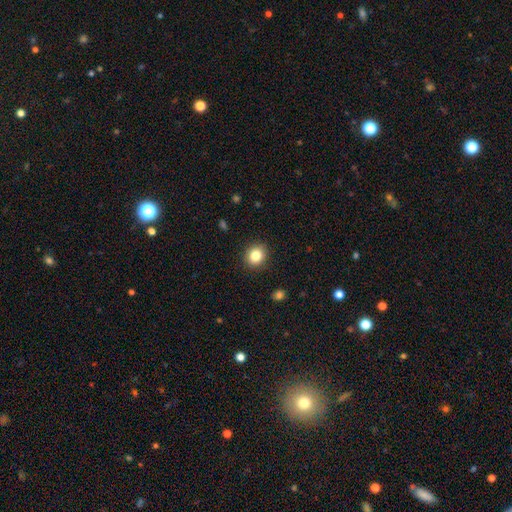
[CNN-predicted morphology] This appears to be a smooth galaxy with no disk features (83%) that is round (79%). Merging: none (90%).